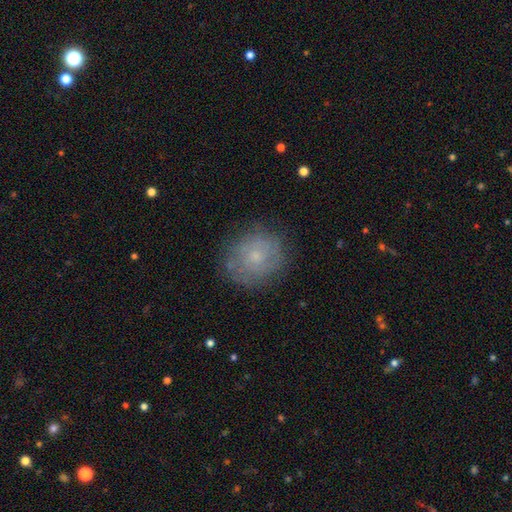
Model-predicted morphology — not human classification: Q: Smooth or featured?
A: smooth (51%); runner-up: featured or disk (38%)
Q: How rounded?
A: round (82%); runner-up: in between (17%)
Q: Merging?
A: none (77%); runner-up: minor disturbance (16%)